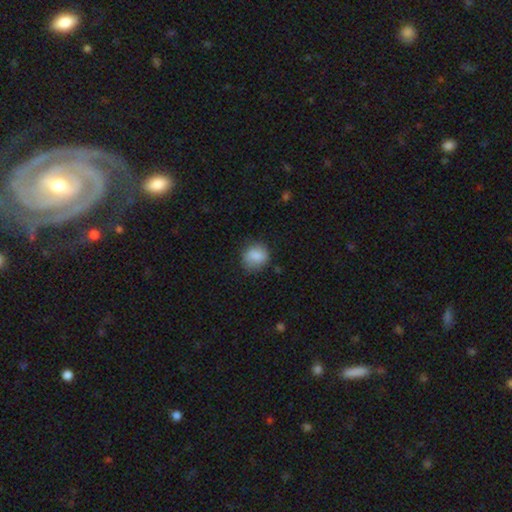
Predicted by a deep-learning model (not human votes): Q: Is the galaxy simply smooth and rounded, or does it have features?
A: smooth — 84%.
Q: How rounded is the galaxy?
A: round — 71%.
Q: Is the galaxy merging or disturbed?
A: none — 72%.